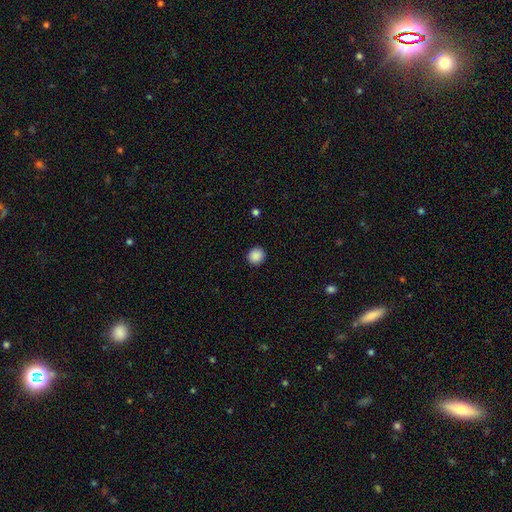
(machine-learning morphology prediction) Smooth or featured?
  - smooth: 88% *
  - star or artifact: 9%
  - featured or disk: 2%
How rounded?
  - round: 91% *
  - in between: 8%
  - cigar-shaped: 1%
Merging?
  - none: 92% *
  - minor disturbance: 5%
  - major disturbance: 2%
  - merger: 1%